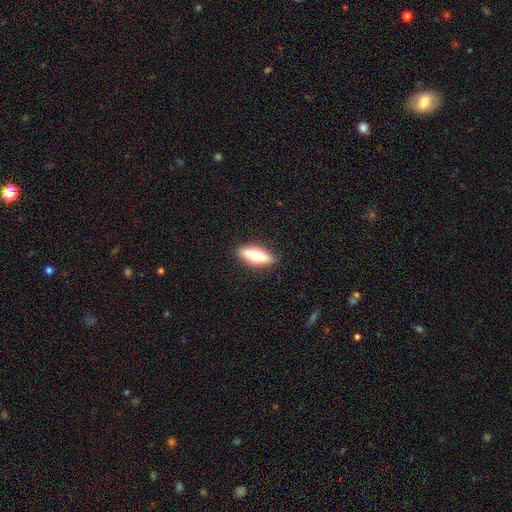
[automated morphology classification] The model was most divided on "how rounded": in between: 55%, cigar-shaped: 42%, round: 3%. More confident: merging — none (89%); smooth or featured — smooth (58%).